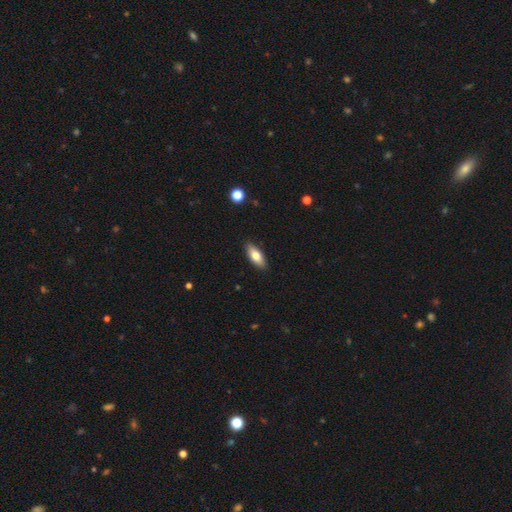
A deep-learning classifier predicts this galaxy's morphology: smooth 76%, featured or disk 17%, star or artifact 6%. Down the decision tree: how rounded — in between (79%); merging — none (88%).